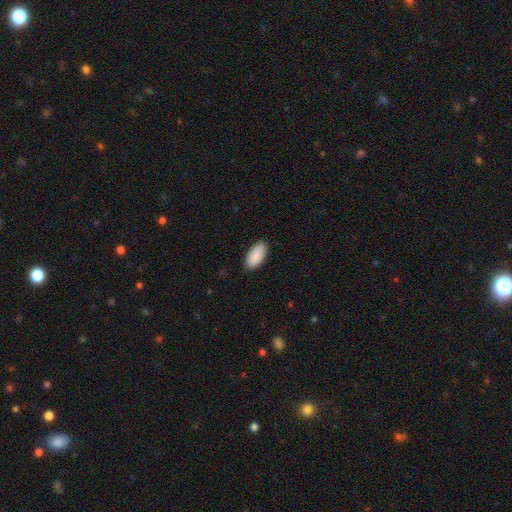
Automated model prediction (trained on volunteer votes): Q: Smooth or featured?
A: smooth (91%); runner-up: star or artifact (6%)
Q: How rounded?
A: in between (94%); runner-up: cigar-shaped (5%)
Q: Merging?
A: none (88%); runner-up: minor disturbance (9%)